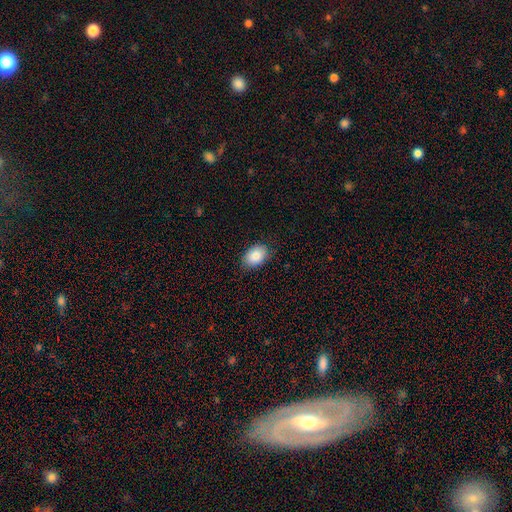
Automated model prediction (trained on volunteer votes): Morphology: type=smooth (84%); roundness=in between (81%); merging=none (84%).